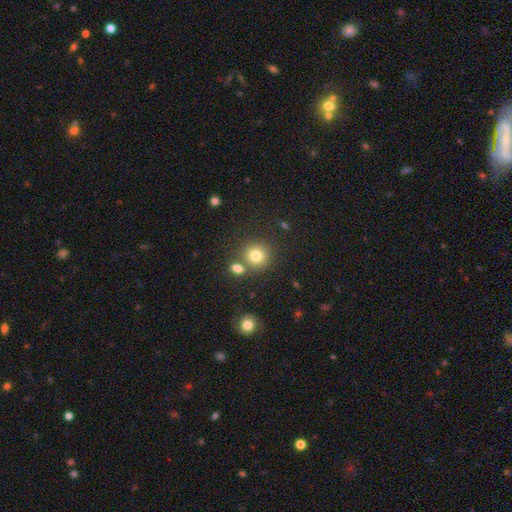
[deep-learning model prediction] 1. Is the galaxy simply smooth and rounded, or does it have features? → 80% smooth, 12% star or artifact, 8% featured or disk.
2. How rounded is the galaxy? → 89% round, 11% in between, 1% cigar-shaped.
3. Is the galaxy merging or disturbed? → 69% none, 19% merger, 9% minor disturbance, 3% major disturbance.